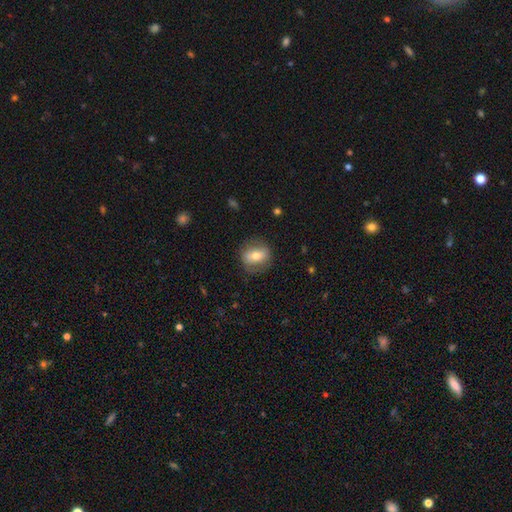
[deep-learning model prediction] smooth 58%, featured or disk 35%, star or artifact 8%. Down the decision tree: how rounded — round (51%); merging — none (77%).